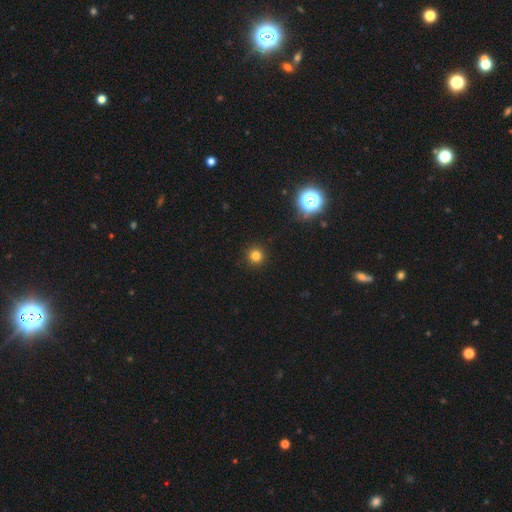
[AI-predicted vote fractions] Morphology: type=smooth (80%); roundness=round (95%); merging=none (92%).